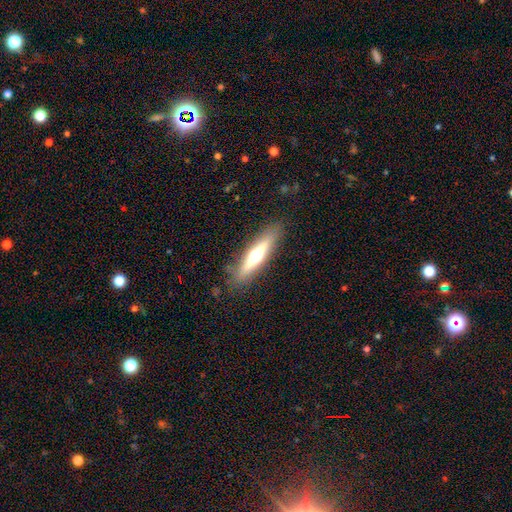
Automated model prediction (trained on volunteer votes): A featured or disk galaxy (56%) viewed edge-on (92%) with a rounded central bulge (89%).

Vote fractions:
- Smooth or featured? featured or disk: 56% / smooth: 38% / star or artifact: 7%
- Edge-on disk? yes: 92% / no: 8%
- Edge-on bulge? rounded: 89% / none: 6% / boxy: 5%
- Merging? none: 86% / minor disturbance: 10% / major disturbance: 3% / merger: 1%